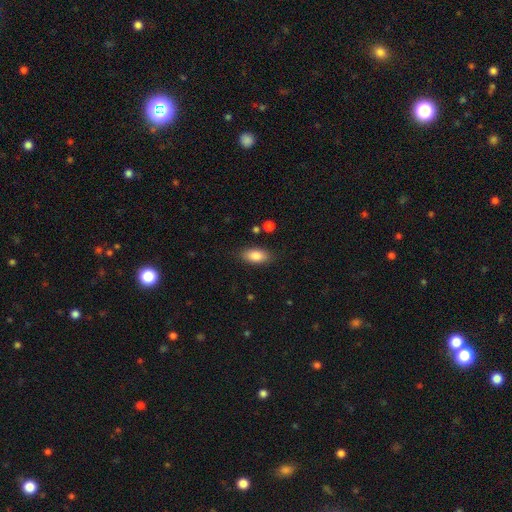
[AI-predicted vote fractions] A smooth galaxy with no disk features (85%) that is in between round and cigar-shaped (88%). Merging: none (84%).